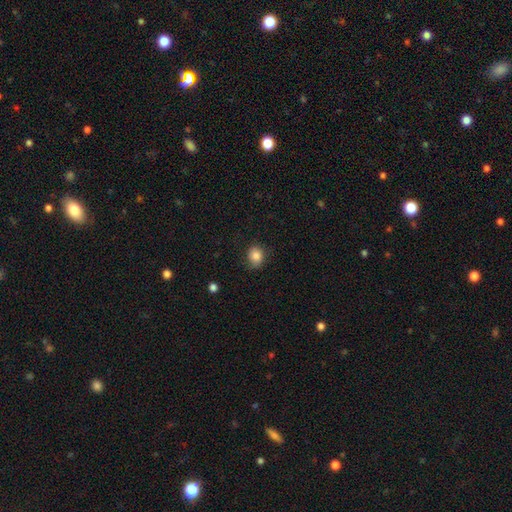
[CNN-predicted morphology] Smooth or featured: smooth — 84% (star or artifact — 9%)
How rounded: round — 61% (in between — 38%)
Merging: none — 73% (minor disturbance — 21%)